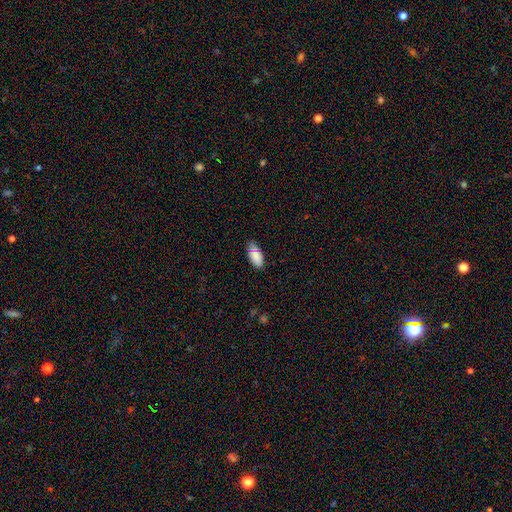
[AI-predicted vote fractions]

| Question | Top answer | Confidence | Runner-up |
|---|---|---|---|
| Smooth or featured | smooth | 88% | star or artifact (6%) |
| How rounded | in between | 90% | cigar-shaped (8%) |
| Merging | none | 76% | minor disturbance (20%) |